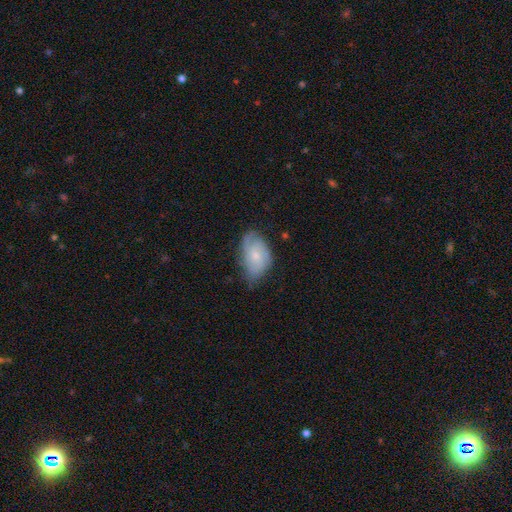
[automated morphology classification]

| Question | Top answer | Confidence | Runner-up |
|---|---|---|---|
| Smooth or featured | smooth | 49% | featured or disk (44%) |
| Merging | none | 53% | minor disturbance (36%) |